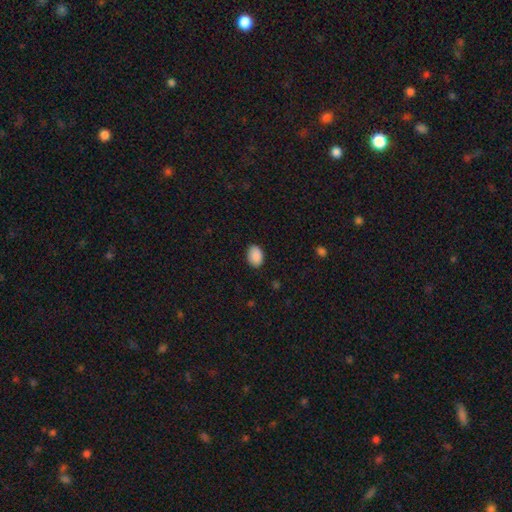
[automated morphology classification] A smooth galaxy with no disk features (90%) that is in between round and cigar-shaped (79%).

Vote fractions:
- Smooth or featured? smooth: 90% / star or artifact: 7% / featured or disk: 3%
- How rounded? in between: 79% / round: 20% / cigar-shaped: 1%
- Merging? none: 88% / minor disturbance: 9% / major disturbance: 2% / merger: 1%